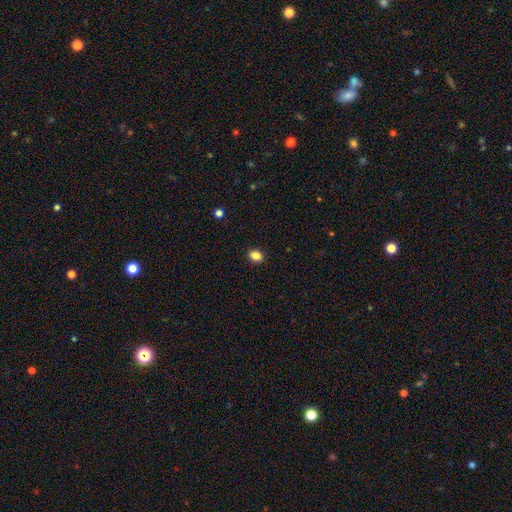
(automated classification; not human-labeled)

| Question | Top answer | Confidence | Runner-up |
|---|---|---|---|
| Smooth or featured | smooth | 86% | star or artifact (10%) |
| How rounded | in between | 66% | round (33%) |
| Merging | none | 90% | minor disturbance (7%) |